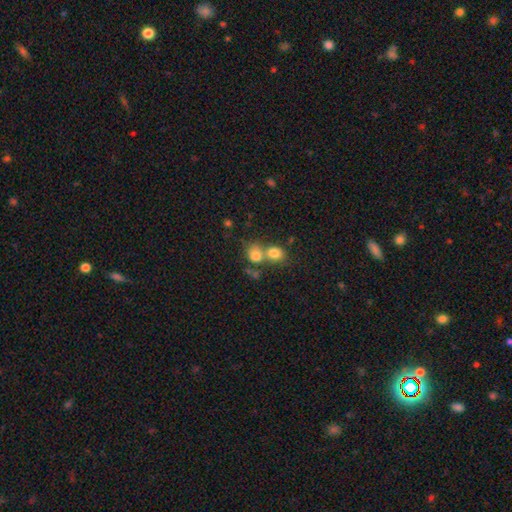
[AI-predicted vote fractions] A smooth galaxy with no disk features (78%) that is round (64%). Merging: merger (55%).